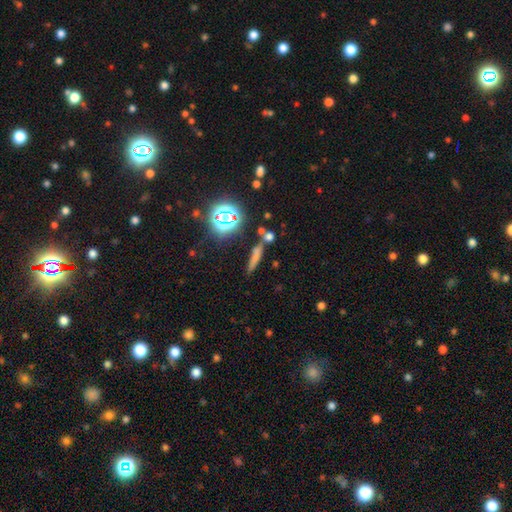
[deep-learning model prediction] smooth_or_featured: smooth (p=0.60) [alt: star or artifact p=0.24]
how_rounded: cigar-shaped (p=0.81) [alt: in between p=0.11]
merging: none (p=0.67) [alt: merger p=0.15]